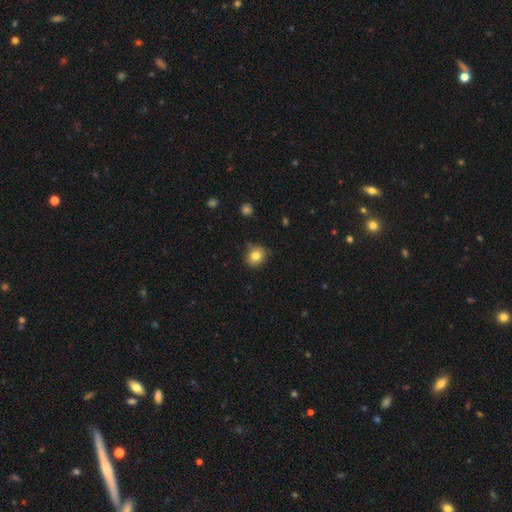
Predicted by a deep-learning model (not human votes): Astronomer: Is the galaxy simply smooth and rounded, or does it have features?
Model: smooth — 80%.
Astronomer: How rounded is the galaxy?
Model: round — 73%.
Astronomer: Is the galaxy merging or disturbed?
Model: none — 77%.